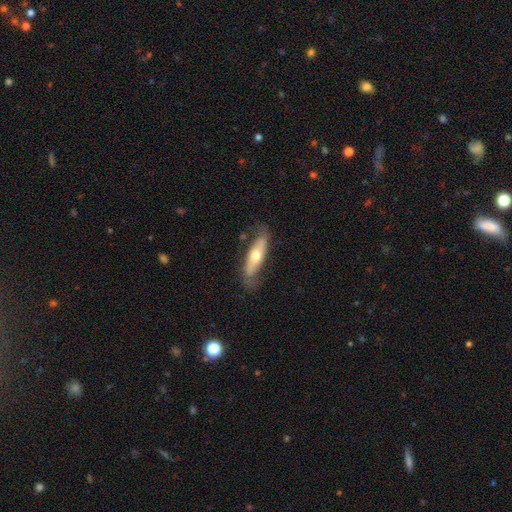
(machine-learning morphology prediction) smooth-or-featured: smooth: 50% | featured or disk: 44% | star or artifact: 5%
  how-rounded: cigar-shaped: 53% | in between: 45% | round: 2%
  merging: none: 69% | minor disturbance: 22% | major disturbance: 7% | merger: 2%